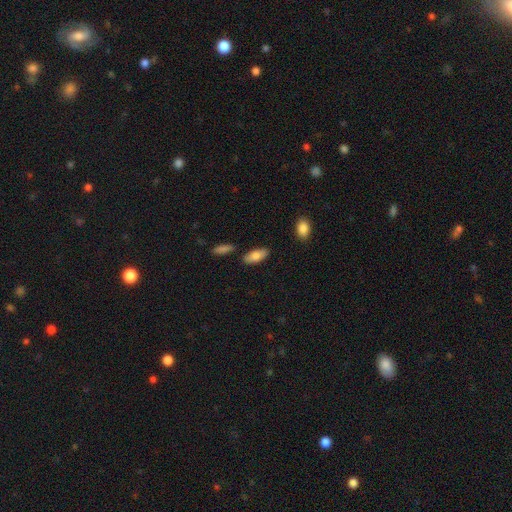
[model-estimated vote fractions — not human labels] smooth-or-featured: smooth: 81% | featured or disk: 13% | star or artifact: 6%
  how-rounded: in between: 84% | cigar-shaped: 14% | round: 2%
  merging: none: 82% | minor disturbance: 12% | merger: 4% | major disturbance: 2%